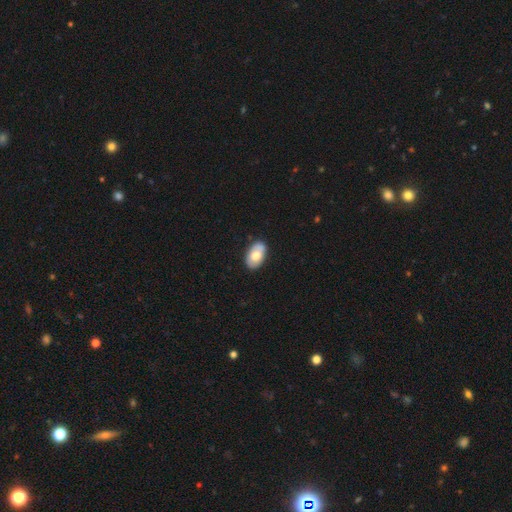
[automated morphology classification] smooth-or-featured: smooth: 65% | featured or disk: 29% | star or artifact: 6%
  how-rounded: in between: 91% | round: 8% | cigar-shaped: 1%
  merging: none: 79% | minor disturbance: 15% | major disturbance: 3% | merger: 3%